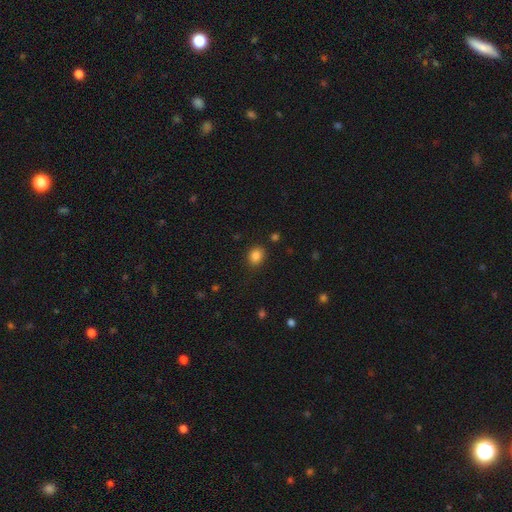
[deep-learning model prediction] Overall: smooth (85%). How rounded: round (58%; in between 41%). Merging: none (86%).